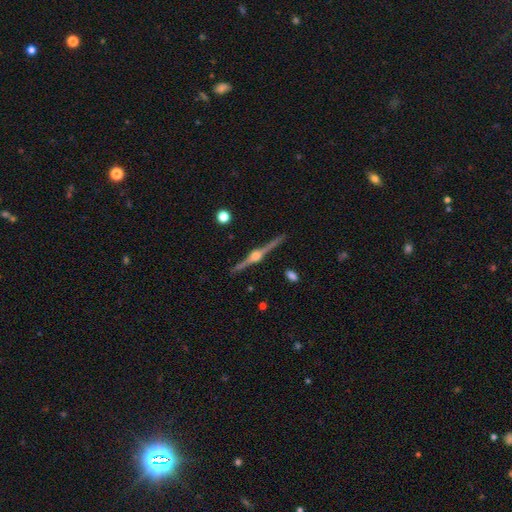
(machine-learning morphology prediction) The model was most divided on "smooth or featured": featured or disk: 90%, star or artifact: 5%, smooth: 5%. More confident: edge-on disk — yes (99%); edge-on bulge — rounded (94%); merging — none (91%).